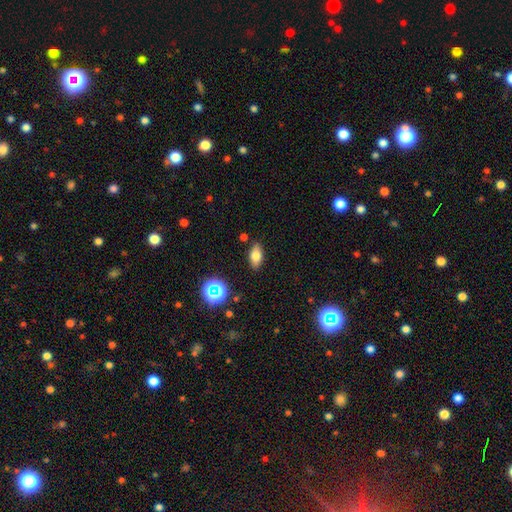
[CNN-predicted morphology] Smooth or featured: smooth — 74% (featured or disk — 14%)
How rounded: in between — 86% (cigar-shaped — 8%)
Merging: none — 86% (minor disturbance — 10%)